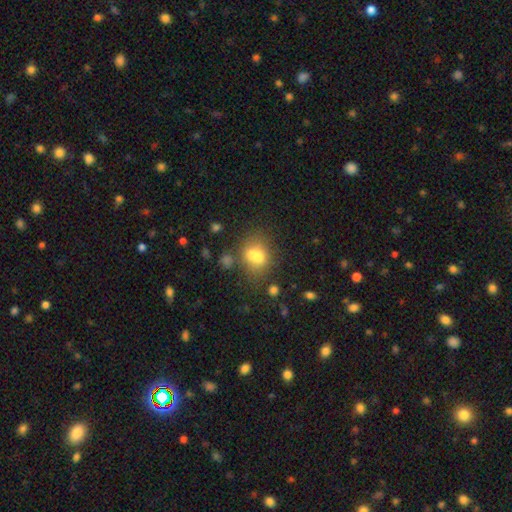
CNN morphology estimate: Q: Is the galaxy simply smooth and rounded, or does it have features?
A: smooth — 66%.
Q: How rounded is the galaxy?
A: round — 53%.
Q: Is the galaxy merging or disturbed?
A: merger — 43%.